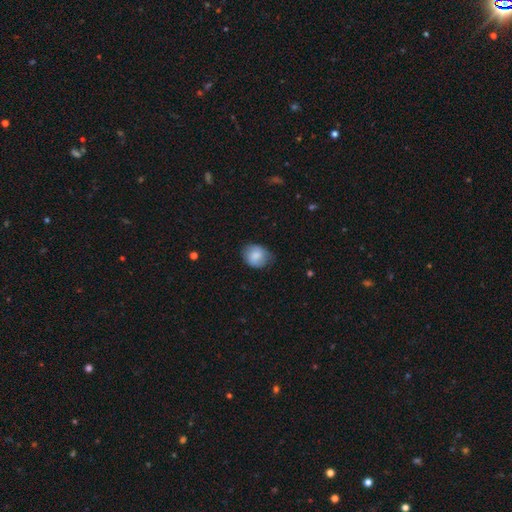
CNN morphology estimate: Q: Smooth or featured?
A: smooth (78%); runner-up: featured or disk (14%)
Q: How rounded?
A: round (53%); runner-up: in between (46%)
Q: Merging?
A: none (65%); runner-up: minor disturbance (28%)